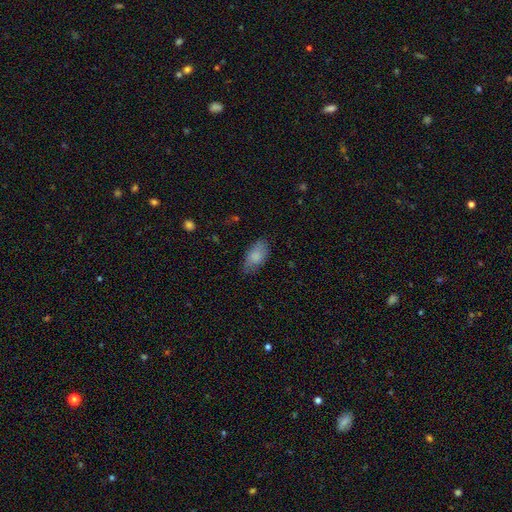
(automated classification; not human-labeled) Morphology: type=smooth (83%); roundness=in between (93%); merging=none (74%).